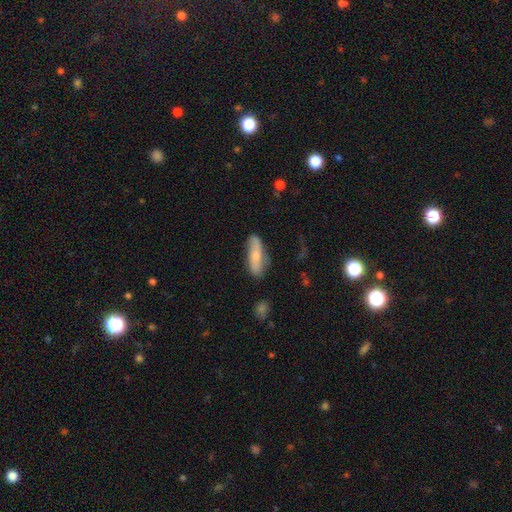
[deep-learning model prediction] Overall: smooth (60%; featured or disk 34%). How rounded: in between (54%; cigar-shaped 44%). Merging: none (69%).